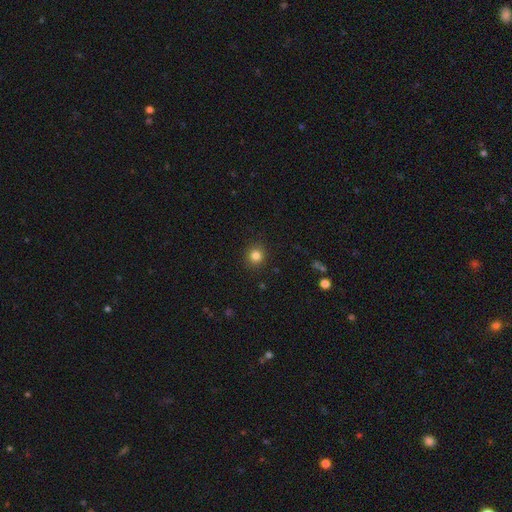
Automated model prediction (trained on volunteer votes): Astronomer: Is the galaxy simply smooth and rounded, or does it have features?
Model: smooth — 83%.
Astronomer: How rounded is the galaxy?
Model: round — 91%.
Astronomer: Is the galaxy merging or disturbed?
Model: none — 91%.